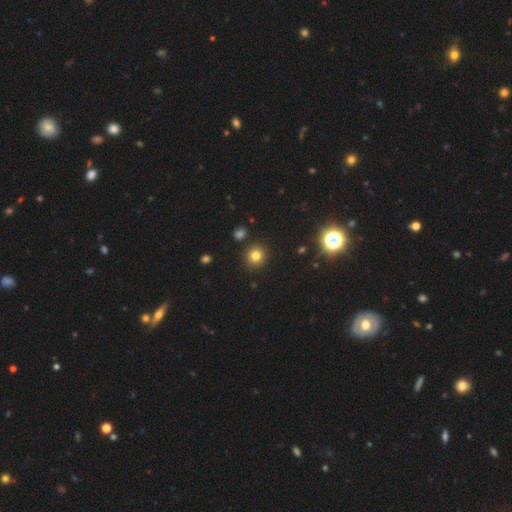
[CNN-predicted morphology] Smooth or featured?
  - smooth: 77% *
  - star or artifact: 17%
  - featured or disk: 6%
How rounded?
  - round: 91% *
  - in between: 8%
  - cigar-shaped: 1%
Merging?
  - none: 89% *
  - minor disturbance: 6%
  - merger: 3%
  - major disturbance: 2%